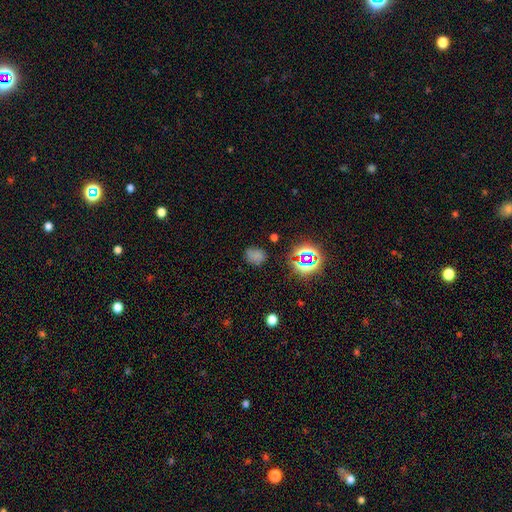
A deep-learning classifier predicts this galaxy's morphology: smooth_or_featured: smooth (p=0.61) [alt: star or artifact p=0.28]
how_rounded: in between (p=0.53) [alt: round p=0.46]
merging: none (p=0.67) [alt: minor disturbance p=0.21]